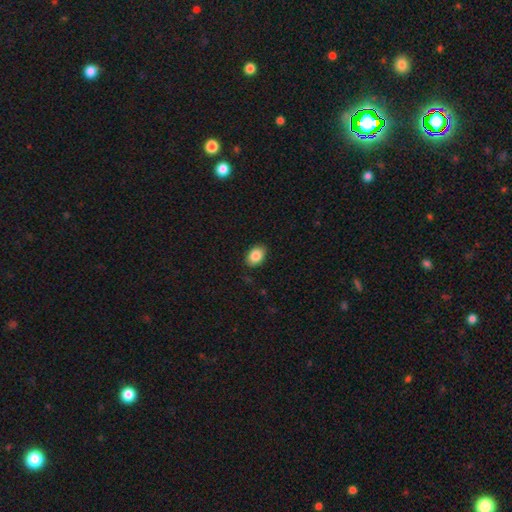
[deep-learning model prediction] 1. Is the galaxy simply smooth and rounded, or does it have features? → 87% smooth, 7% star or artifact, 6% featured or disk.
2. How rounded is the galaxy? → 84% in between, 15% round, 1% cigar-shaped.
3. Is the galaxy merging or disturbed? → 88% none, 9% minor disturbance, 2% major disturbance, 1% merger.